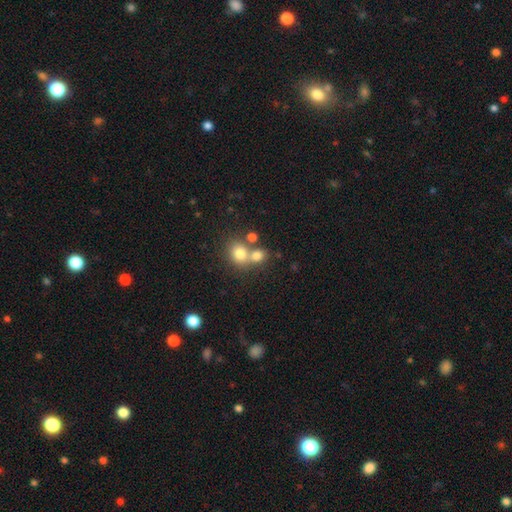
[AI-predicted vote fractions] A smooth galaxy with no disk features (59%) that is round (82%). Merging: none (51%).